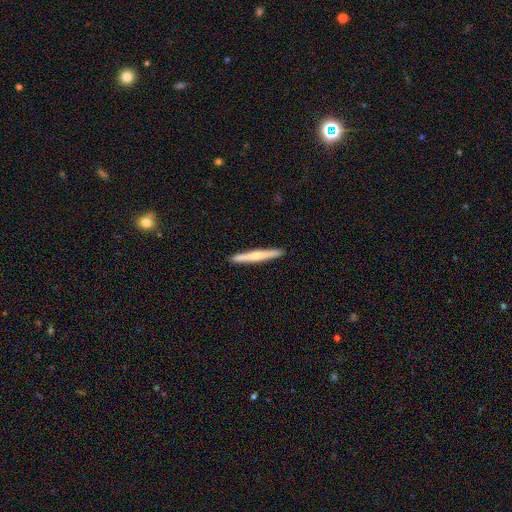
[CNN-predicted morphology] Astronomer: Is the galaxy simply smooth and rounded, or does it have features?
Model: smooth — 52% (runner-up: featured or disk, 43%).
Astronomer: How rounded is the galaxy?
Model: cigar-shaped — 96%.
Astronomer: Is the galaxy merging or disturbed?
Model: none — 92%.